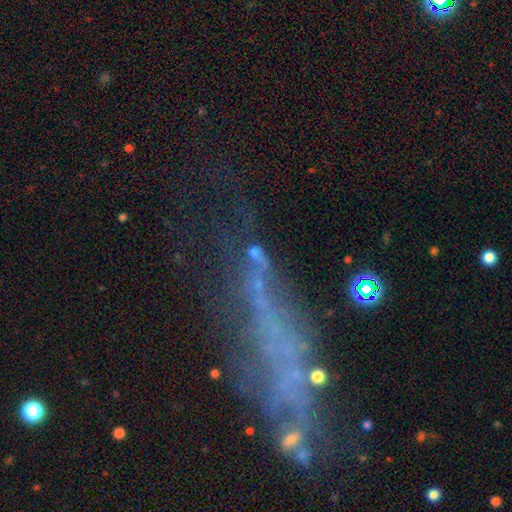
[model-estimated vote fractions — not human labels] This appears to be a star or artifact, not a galaxy (43%).